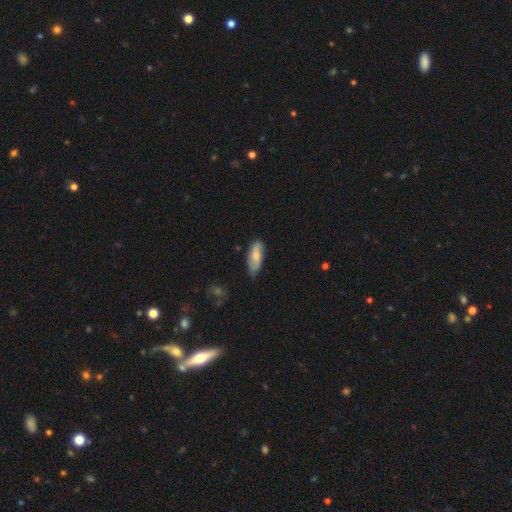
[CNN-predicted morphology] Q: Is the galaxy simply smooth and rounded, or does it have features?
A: smooth — 70%.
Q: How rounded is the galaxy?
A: in between — 79%.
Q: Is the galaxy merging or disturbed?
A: none — 72%.